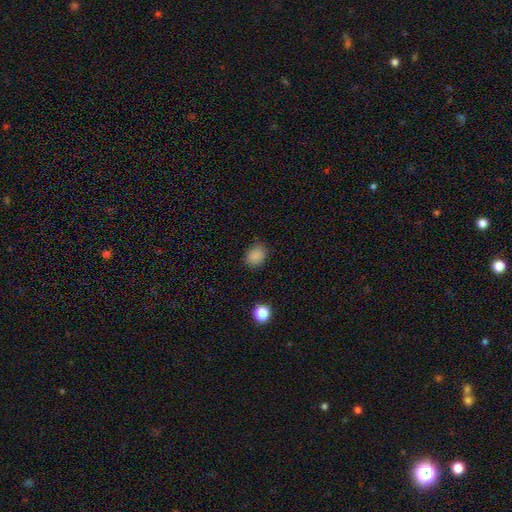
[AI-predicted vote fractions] Q: Smooth or featured?
A: smooth (85%); runner-up: star or artifact (12%)
Q: How rounded?
A: round (54%); runner-up: in between (45%)
Q: Merging?
A: none (80%); runner-up: minor disturbance (16%)